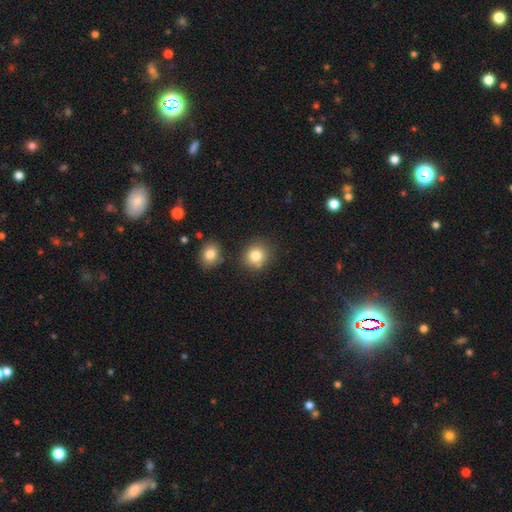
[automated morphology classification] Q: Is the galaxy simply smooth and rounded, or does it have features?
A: smooth — 83%.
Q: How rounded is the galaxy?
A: round — 84%.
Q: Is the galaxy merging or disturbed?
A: none — 79%.